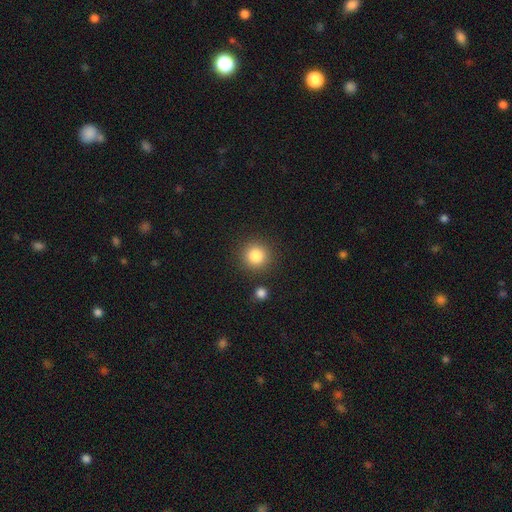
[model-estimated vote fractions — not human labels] Overall: smooth (84%). How rounded: round (93%). Merging: none (86%).